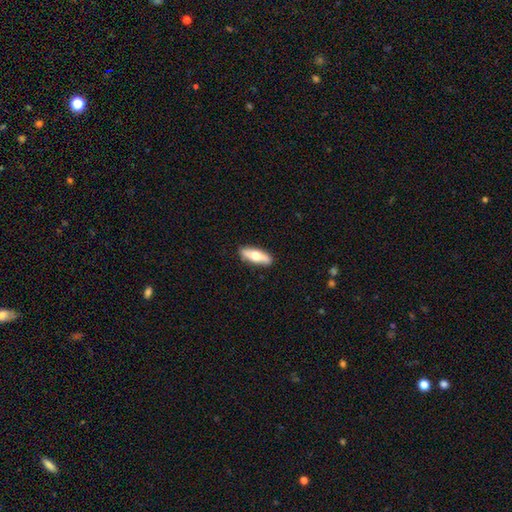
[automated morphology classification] Smooth or featured? smooth (57%)
How rounded? in between (54%)
Merging? none (89%)